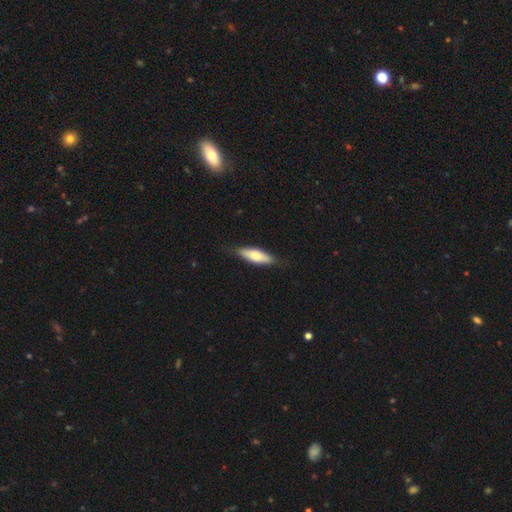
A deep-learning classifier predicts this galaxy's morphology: A smooth galaxy with no disk features (67%) that is cigar-shaped (53%). Merging: none (81%).